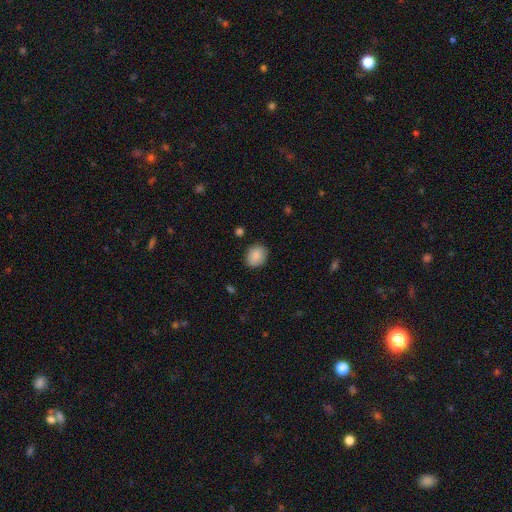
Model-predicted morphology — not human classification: type=smooth (88%); roundness=round (56%); merging=none (84%).